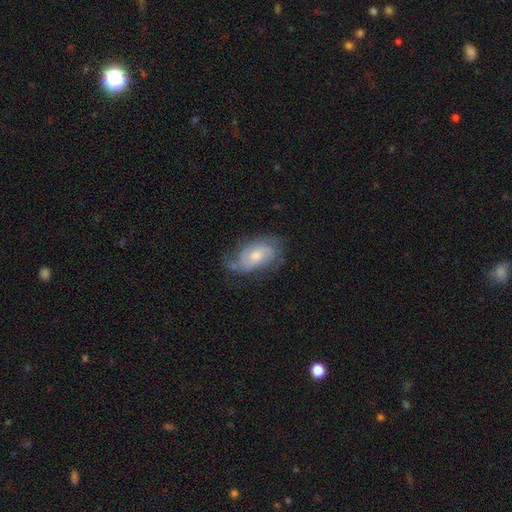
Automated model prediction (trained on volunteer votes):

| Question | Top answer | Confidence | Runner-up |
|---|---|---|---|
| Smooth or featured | featured or disk | 59% | smooth (34%) |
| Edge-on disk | no | 94% | yes (6%) |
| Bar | no | 67% | weak (29%) |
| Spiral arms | yes | 81% | no (19%) |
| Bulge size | moderate | 60% | small (25%) |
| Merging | none | 56% | minor disturbance (28%) |